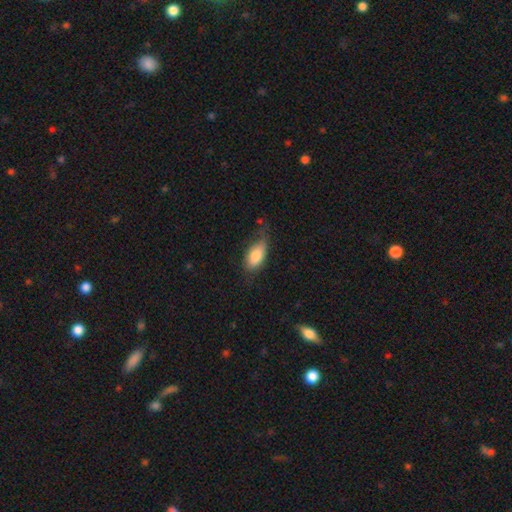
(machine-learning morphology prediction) smooth_or_featured: smooth (p=0.81) [alt: featured or disk p=0.12]
how_rounded: in between (p=0.91) [alt: cigar-shaped p=0.06]
merging: none (p=0.50) [alt: minor disturbance p=0.34]